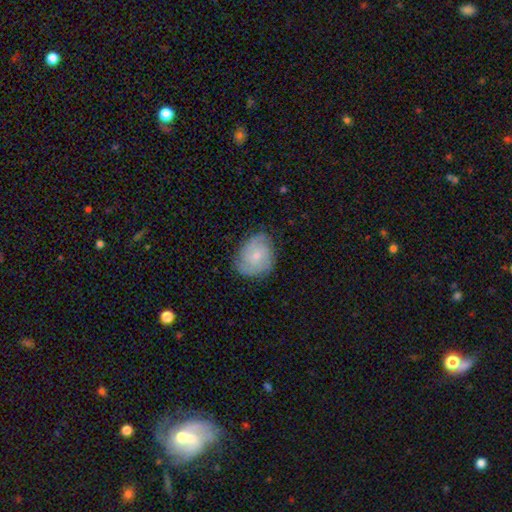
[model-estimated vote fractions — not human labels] Q: Smooth or featured?
A: featured or disk (61%); runner-up: smooth (33%)
Q: Edge-on disk?
A: no (97%); runner-up: yes (3%)
Q: Bar?
A: no (68%); runner-up: weak (28%)
Q: Spiral arms?
A: yes (91%); runner-up: no (9%)
Q: Spiral winding?
A: tight (54%); runner-up: medium (36%)
Q: Spiral arm count?
A: 2 (30%); runner-up: can't tell (29%)
Q: Bulge size?
A: small (66%); runner-up: moderate (28%)
Q: Merging?
A: none (72%); runner-up: minor disturbance (21%)